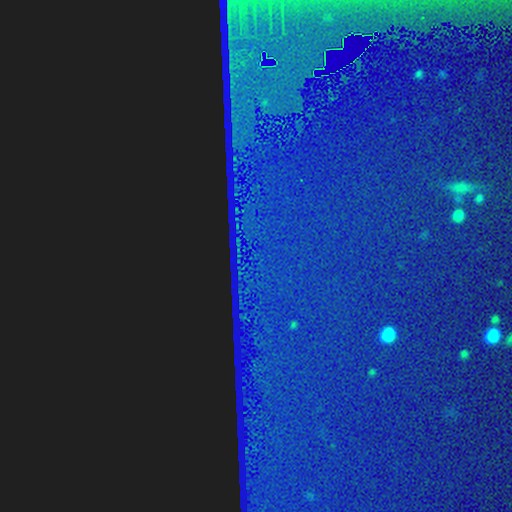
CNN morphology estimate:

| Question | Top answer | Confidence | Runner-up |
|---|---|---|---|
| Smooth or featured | star or artifact | 86% | featured or disk (8%) |